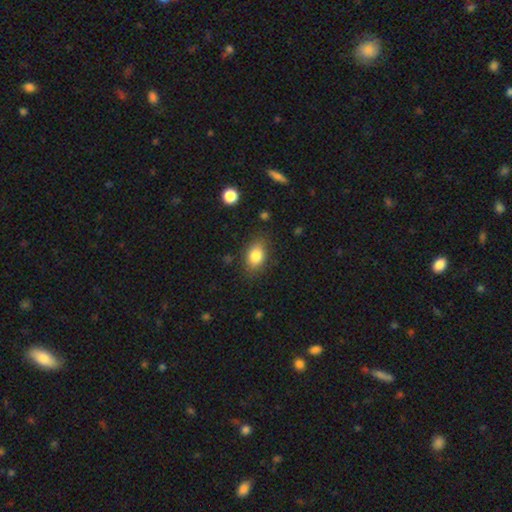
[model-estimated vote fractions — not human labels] Smooth or featured: smooth — 83% (featured or disk — 9%)
How rounded: in between — 81% (round — 17%)
Merging: none — 80% (minor disturbance — 14%)